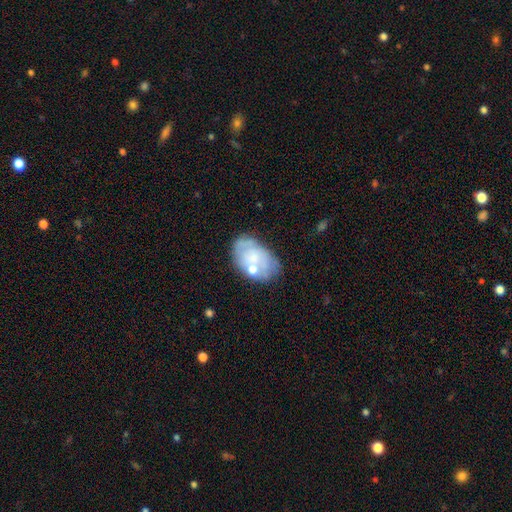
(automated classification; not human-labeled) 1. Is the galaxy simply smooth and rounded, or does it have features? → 48% featured or disk, 40% smooth, 11% star or artifact.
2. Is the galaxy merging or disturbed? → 59% none, 23% minor disturbance, 9% merger, 9% major disturbance.